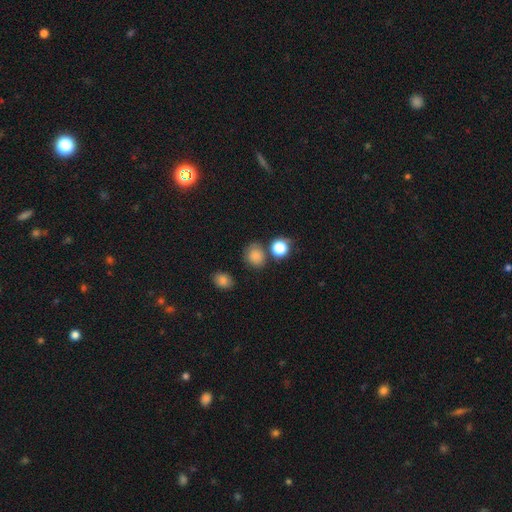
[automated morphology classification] Smooth or featured? smooth (82%)
How rounded? round (75%)
Merging? none (72%)